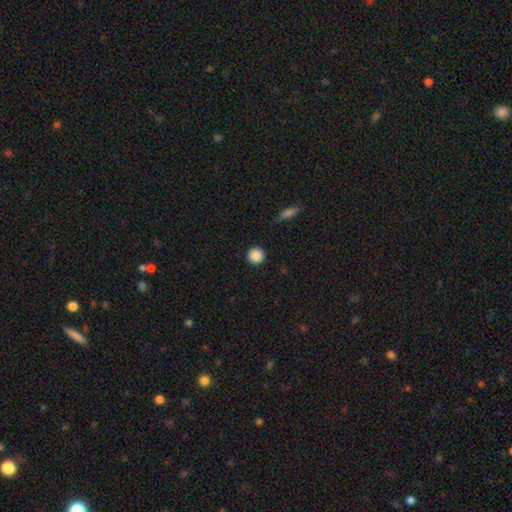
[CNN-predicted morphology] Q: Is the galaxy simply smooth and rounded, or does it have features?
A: smooth — 87%.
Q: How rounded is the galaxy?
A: round — 96%.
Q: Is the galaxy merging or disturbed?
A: none — 92%.